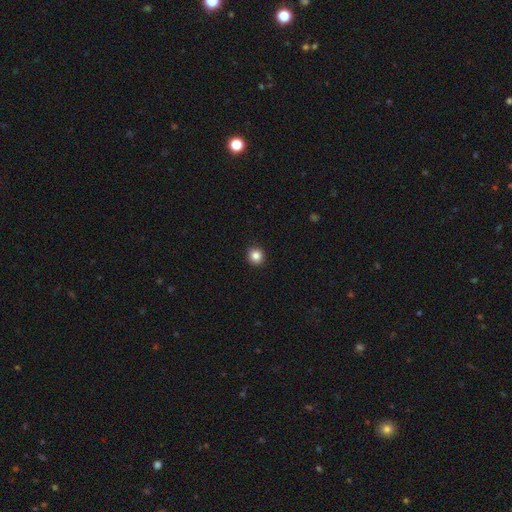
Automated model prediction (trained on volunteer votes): smooth-or-featured: smooth: 85% | star or artifact: 11% | featured or disk: 4%
  how-rounded: round: 90% | in between: 9% | cigar-shaped: 1%
  merging: none: 92% | minor disturbance: 5% | major disturbance: 2% | merger: 1%